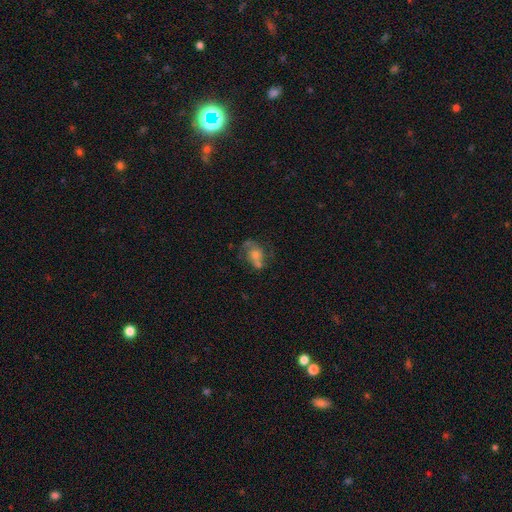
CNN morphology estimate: Smooth or featured? Predicted: featured or disk (p=0.48). Merging? Predicted: none (p=0.42).